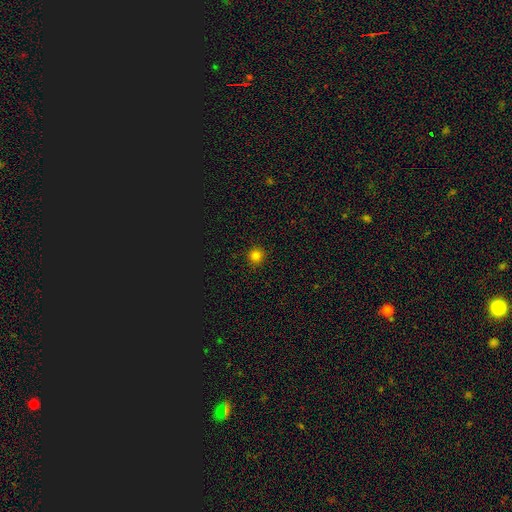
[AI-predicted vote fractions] smooth 79%, star or artifact 16%, featured or disk 5%. Down the decision tree: how rounded — round (95%); merging — none (92%).